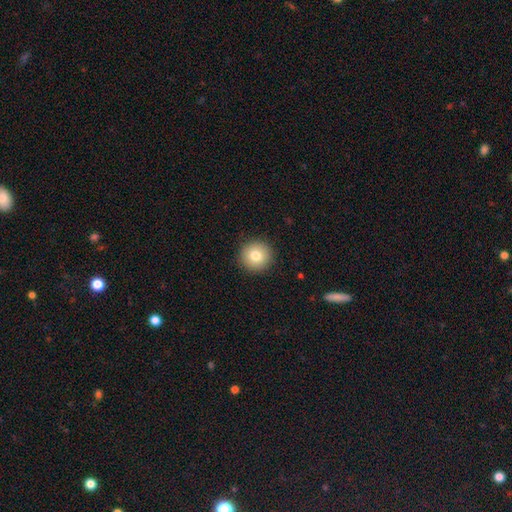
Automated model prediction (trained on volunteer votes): This is likely a smooth galaxy (79%). How rounded: clearly round (95%). Merging: clearly none (92%).